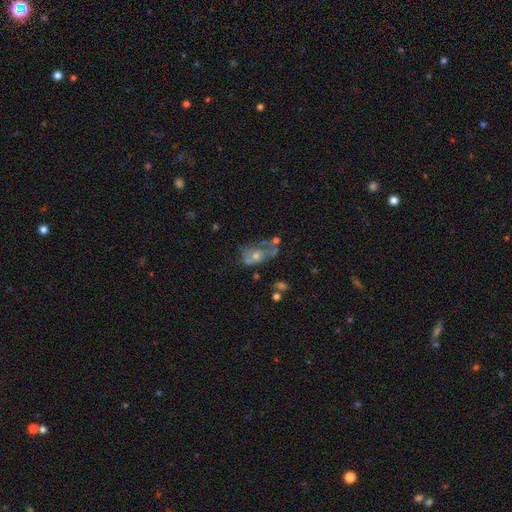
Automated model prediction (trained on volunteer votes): smooth-or-featured: featured or disk: 51% | smooth: 37% | star or artifact: 12%
  disk-edge-on: no: 95% | yes: 5%
  merging: major disturbance: 38% | none: 24% | minor disturbance: 21% | merger: 16%